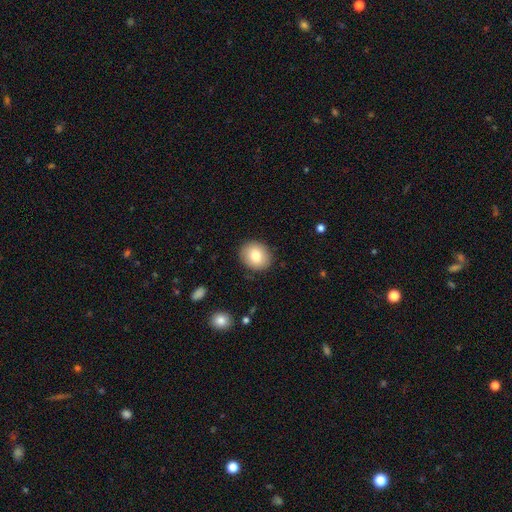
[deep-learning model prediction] Smooth or featured: smooth — 81% (featured or disk — 11%)
How rounded: round — 64% (in between — 35%)
Merging: none — 88% (minor disturbance — 8%)